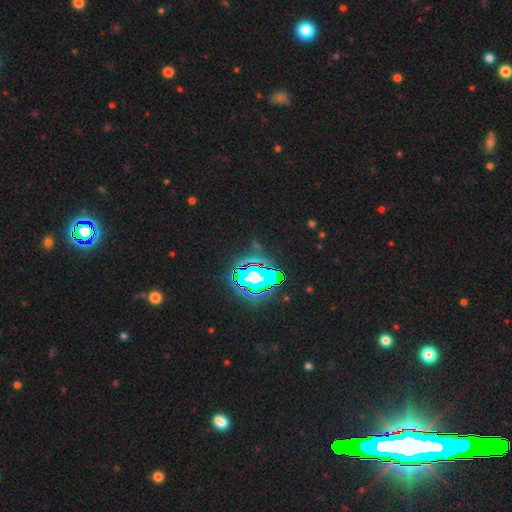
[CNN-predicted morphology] Smooth or featured? star or artifact (83%)